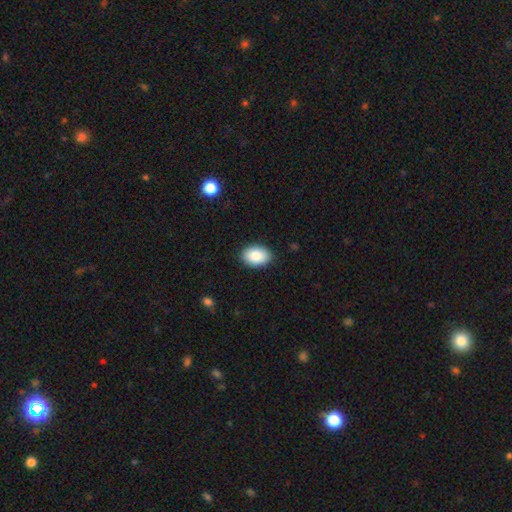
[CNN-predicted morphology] Smooth or featured?
  - smooth: 86% *
  - featured or disk: 7%
  - star or artifact: 7%
How rounded?
  - in between: 84% *
  - round: 15%
  - cigar-shaped: 1%
Merging?
  - none: 89% *
  - minor disturbance: 8%
  - major disturbance: 2%
  - merger: 1%